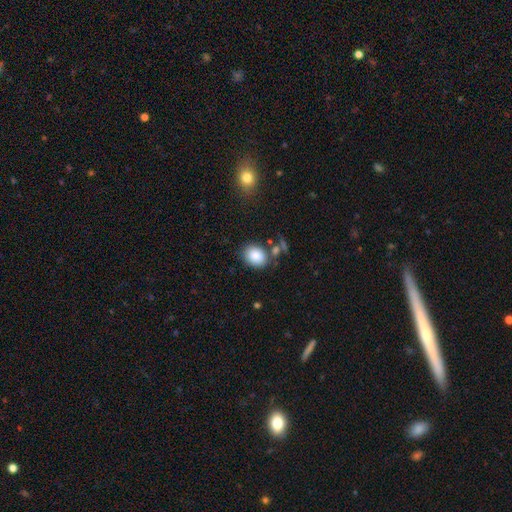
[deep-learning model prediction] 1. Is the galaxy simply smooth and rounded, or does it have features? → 86% smooth, 8% star or artifact, 5% featured or disk.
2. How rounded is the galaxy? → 59% in between, 40% round, 1% cigar-shaped.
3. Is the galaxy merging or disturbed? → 73% none, 14% minor disturbance, 9% merger, 5% major disturbance.